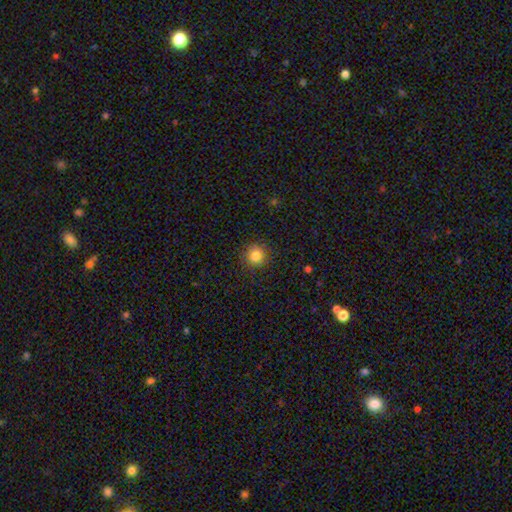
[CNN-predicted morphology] type=smooth (83%); roundness=round (94%); merging=none (90%).